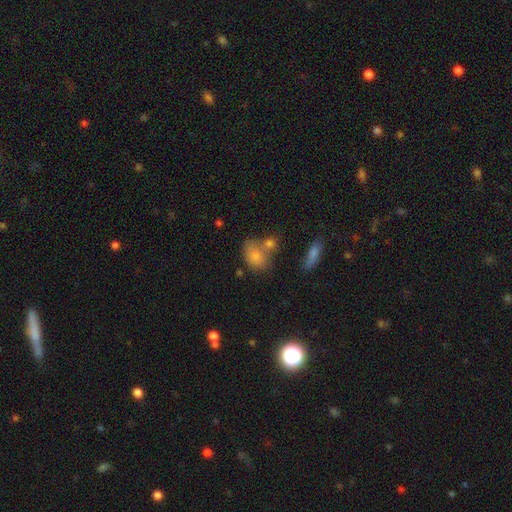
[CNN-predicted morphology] smooth 75%, featured or disk 15%, star or artifact 9%. Down the decision tree: how rounded — in between (67%); merging — none (40%).